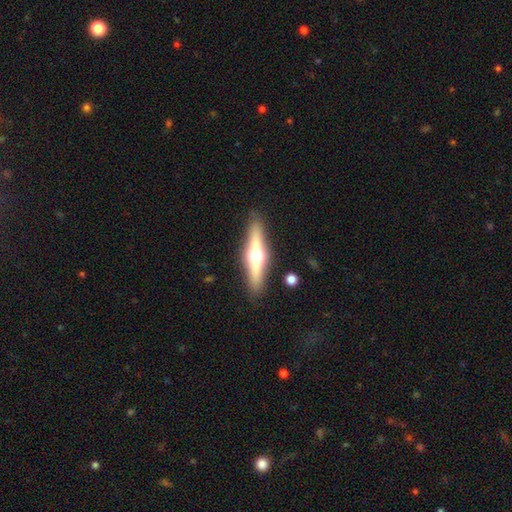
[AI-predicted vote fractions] The model was most divided on "smooth or featured": featured or disk: 68%, smooth: 26%, star or artifact: 6%. More confident: edge-on bulge — rounded (96%); edge-on disk — yes (96%); merging — none (89%).